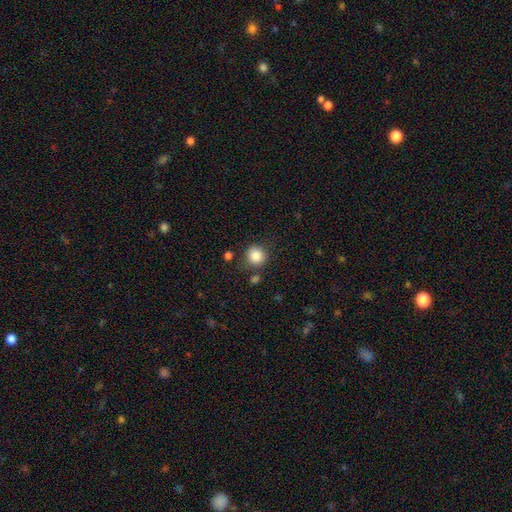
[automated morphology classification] Smooth or featured: smooth — 85% (star or artifact — 10%)
How rounded: round — 90% (in between — 9%)
Merging: none — 80% (minor disturbance — 10%)